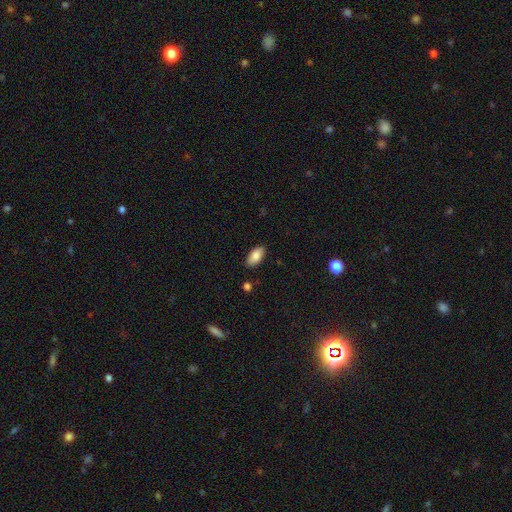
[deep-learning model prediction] Smooth or featured: smooth — 86% (featured or disk — 7%)
How rounded: in between — 93% (cigar-shaped — 4%)
Merging: none — 87% (minor disturbance — 10%)